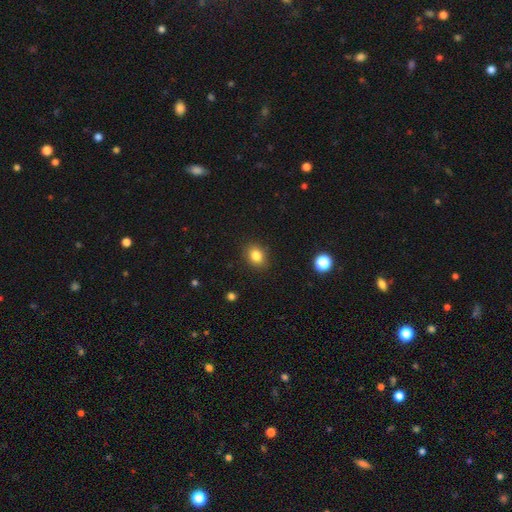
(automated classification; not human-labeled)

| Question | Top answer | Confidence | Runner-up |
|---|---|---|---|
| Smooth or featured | smooth | 84% | star or artifact (11%) |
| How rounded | round | 51% | in between (48%) |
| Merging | none | 88% | minor disturbance (8%) |